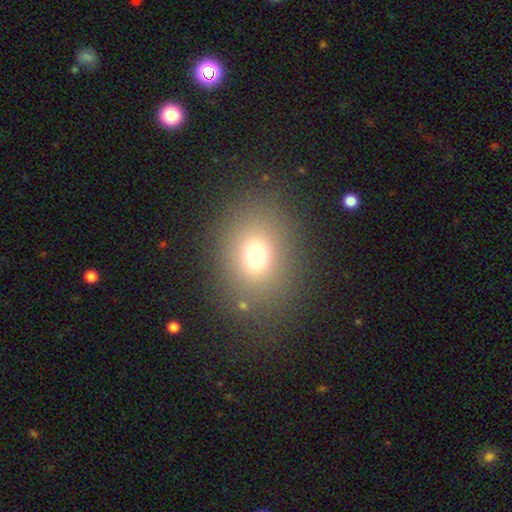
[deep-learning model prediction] This is likely a smooth galaxy (70%). How rounded: possibly round (51%). Merging: clearly none (83%).